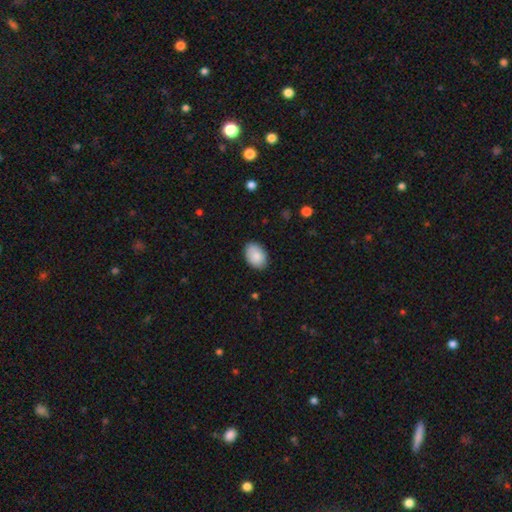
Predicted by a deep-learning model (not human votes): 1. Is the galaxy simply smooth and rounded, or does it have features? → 87% smooth, 7% featured or disk, 7% star or artifact.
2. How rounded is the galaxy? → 83% in between, 16% round, 1% cigar-shaped.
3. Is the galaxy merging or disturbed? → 85% none, 11% minor disturbance, 2% major disturbance, 1% merger.